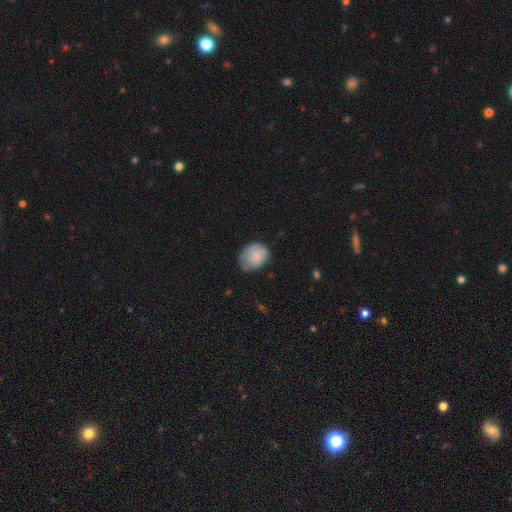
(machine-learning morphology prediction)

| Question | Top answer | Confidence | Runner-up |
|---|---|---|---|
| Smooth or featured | smooth | 74% | featured or disk (19%) |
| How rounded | in between | 57% | round (42%) |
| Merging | none | 53% | minor disturbance (35%) |